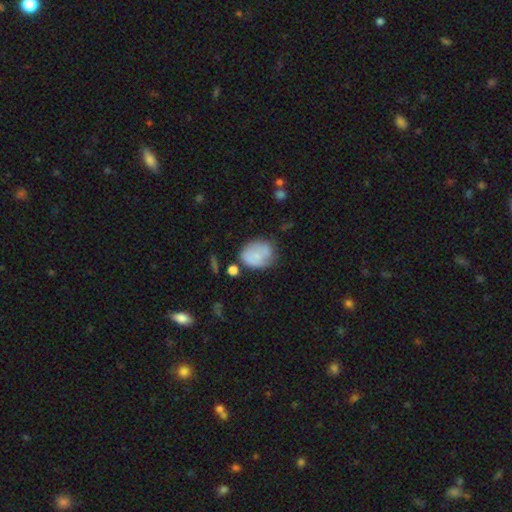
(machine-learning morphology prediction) smooth-or-featured: smooth: 69% | featured or disk: 23% | star or artifact: 8%
  how-rounded: round: 54% | in between: 45% | cigar-shaped: 1%
  merging: none: 50% | minor disturbance: 28% | merger: 11% | major disturbance: 11%